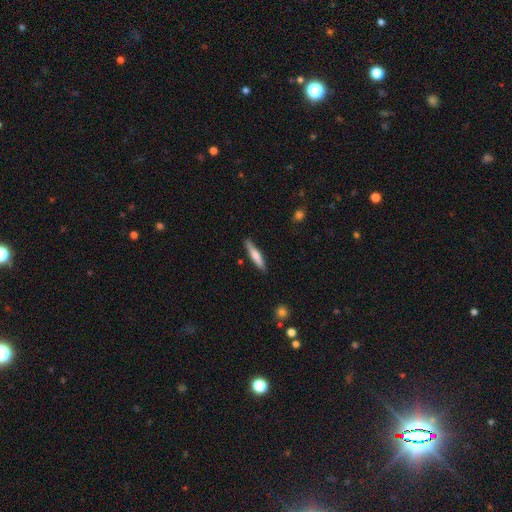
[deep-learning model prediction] Smooth or featured?
  - smooth: 63% *
  - featured or disk: 32%
  - star or artifact: 6%
How rounded?
  - cigar-shaped: 88% *
  - in between: 11%
  - round: 1%
Merging?
  - none: 88% *
  - minor disturbance: 9%
  - major disturbance: 2%
  - merger: 1%